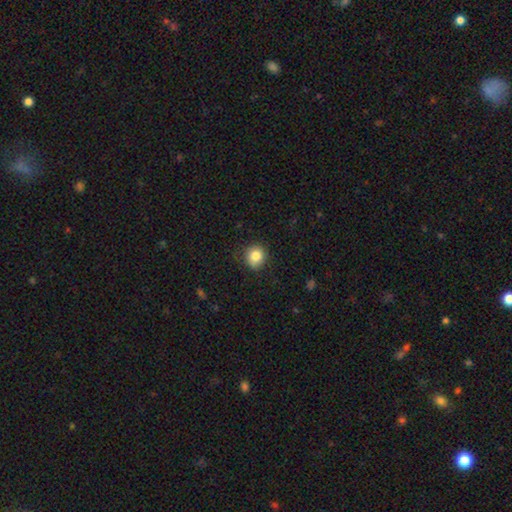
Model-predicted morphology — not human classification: Smooth or featured? smooth (83%)
How rounded? round (84%)
Merging? none (84%)